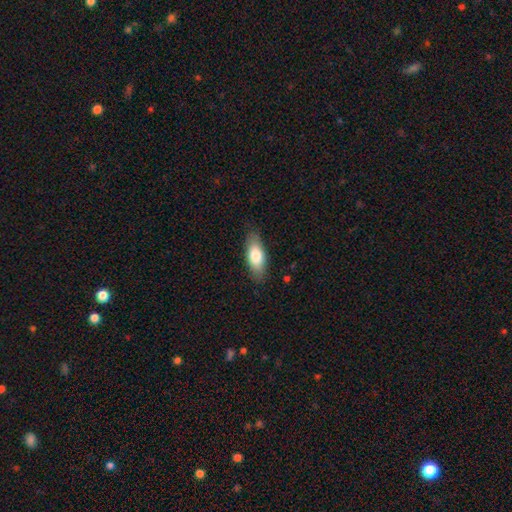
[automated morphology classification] Q: Smooth or featured?
A: smooth (76%); runner-up: featured or disk (18%)
Q: How rounded?
A: in between (77%); runner-up: cigar-shaped (21%)
Q: Merging?
A: none (84%); runner-up: minor disturbance (12%)